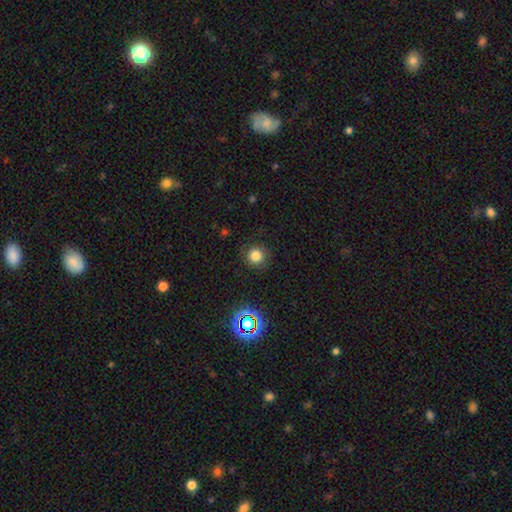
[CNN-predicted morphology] The model was most divided on "smooth or featured": smooth: 77%, star or artifact: 15%, featured or disk: 7%. More confident: how rounded — round (93%); merging — none (86%).